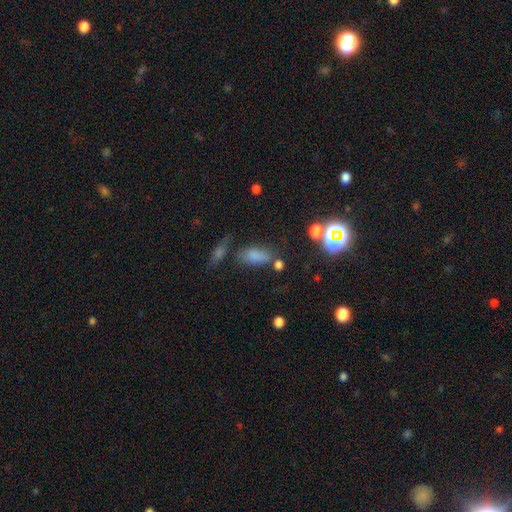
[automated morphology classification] This is likely a smooth galaxy (72%). How rounded: likely in between (79%). Merging: possibly none (57%).